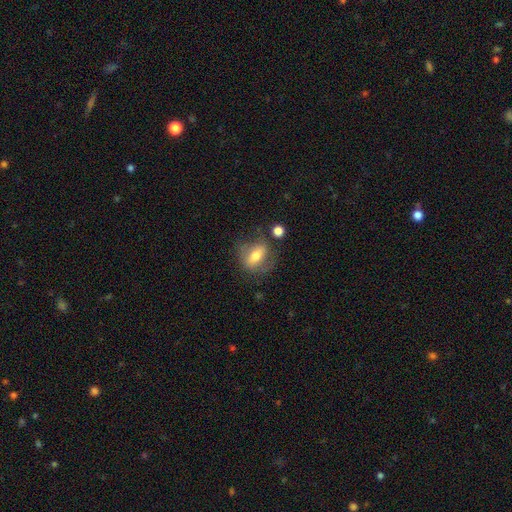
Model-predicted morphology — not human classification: smooth_or_featured: smooth (p=0.50) [alt: featured or disk p=0.42]
merging: none (p=0.58) [alt: minor disturbance p=0.22]